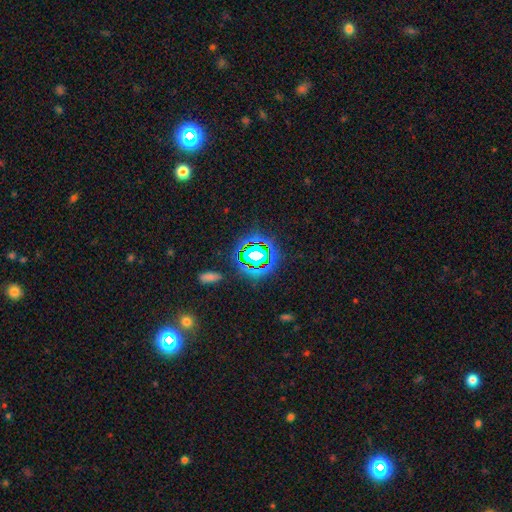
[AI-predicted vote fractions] smooth_or_featured: star or artifact (p=0.70) [alt: smooth p=0.18]